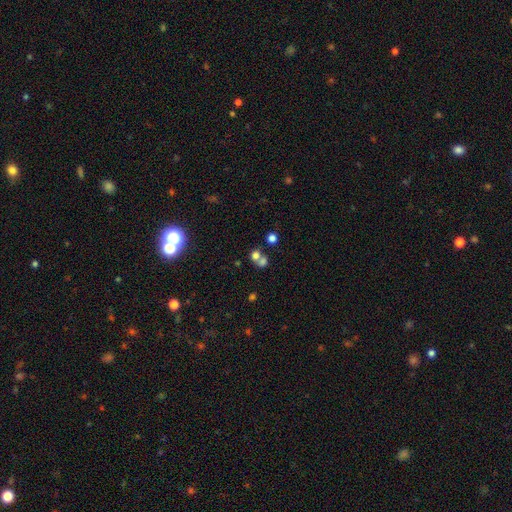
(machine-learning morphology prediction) Smooth or featured? Predicted: smooth (p=0.56). How rounded? Predicted: round (p=0.78). Merging? Predicted: none (p=0.46).